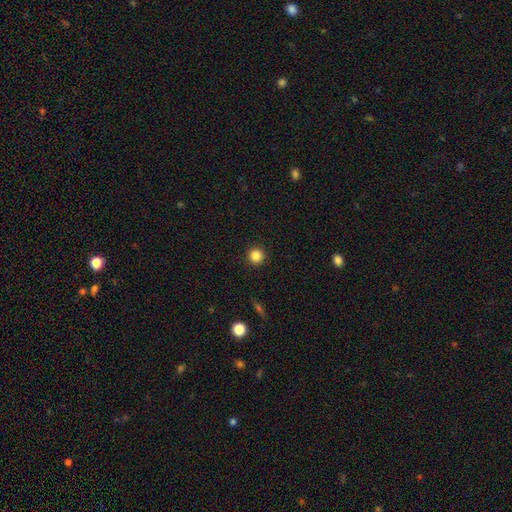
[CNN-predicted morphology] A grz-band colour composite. It shows a smooth galaxy with no disk features (85%) that is round (95%). Merging: none (93%).